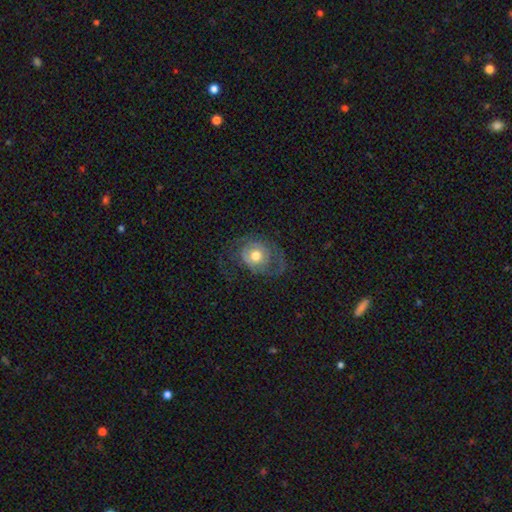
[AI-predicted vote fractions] Overall: featured or disk (53%; smooth 39%). Edge-on disk: no (96%). Bar: no (83%). Spiral arms: yes (61%; no 39%). Bulge size: moderate (72%). Merging: none (45%; major disturbance 34%).